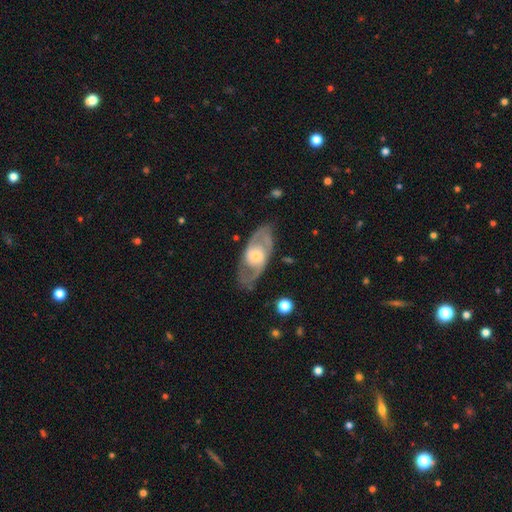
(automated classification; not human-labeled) Q: Smooth or featured?
A: featured or disk (80%); runner-up: smooth (15%)
Q: Edge-on disk?
A: no (92%); runner-up: yes (8%)
Q: Bar?
A: no (60%); runner-up: weak (30%)
Q: Spiral arms?
A: yes (84%); runner-up: no (16%)
Q: Spiral winding?
A: medium (51%); runner-up: tight (28%)
Q: Spiral arm count?
A: 2 (84%); runner-up: can't tell (9%)
Q: Bulge size?
A: moderate (49%); runner-up: small (38%)
Q: Merging?
A: none (78%); runner-up: minor disturbance (13%)